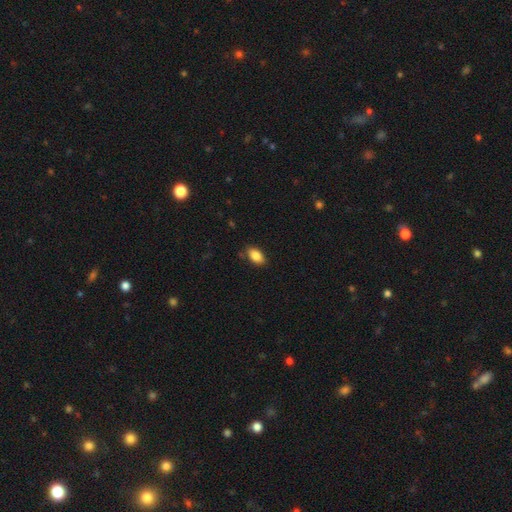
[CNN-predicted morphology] type=smooth (87%); roundness=in between (91%); merging=none (83%).